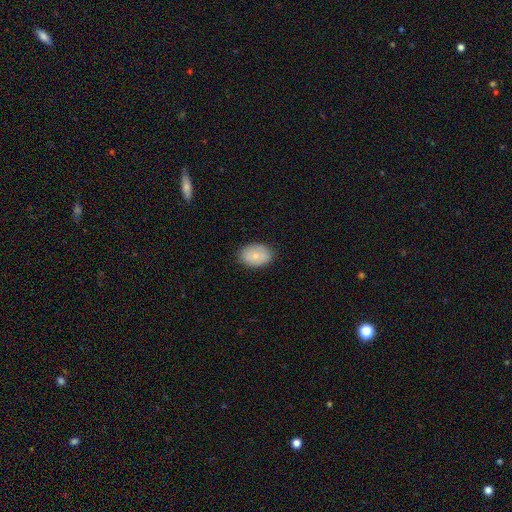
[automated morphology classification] smooth 76%, featured or disk 17%, star or artifact 7%. Down the decision tree: how rounded — in between (80%); merging — none (84%).